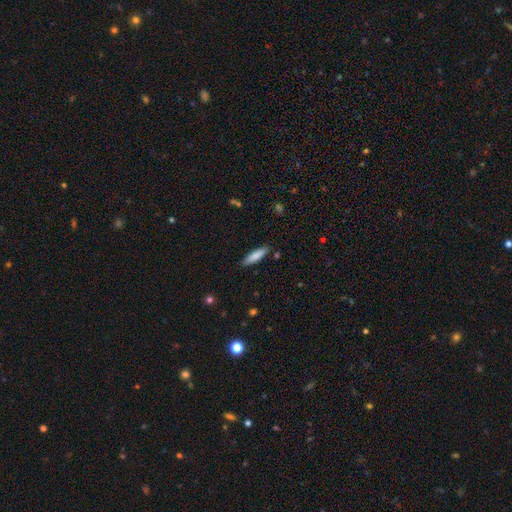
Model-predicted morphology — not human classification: Overall: smooth (80%). How rounded: cigar-shaped (69%; in between 30%). Merging: none (86%).